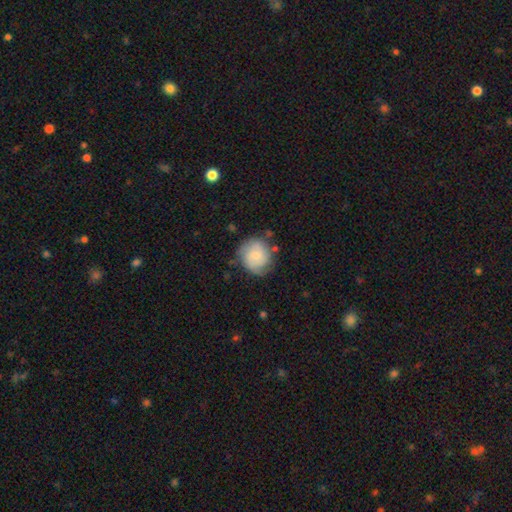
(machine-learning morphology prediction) type=smooth (47%); merging=none (67%).